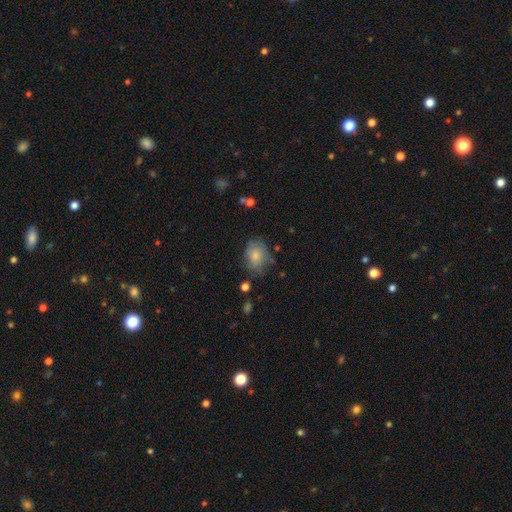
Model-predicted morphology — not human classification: type=smooth (77%); roundness=in between (59%); merging=none (60%).